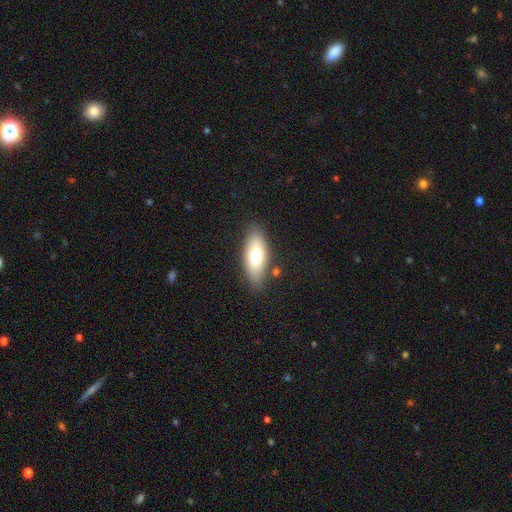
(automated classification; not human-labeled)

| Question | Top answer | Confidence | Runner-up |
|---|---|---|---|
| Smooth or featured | smooth | 69% | featured or disk (24%) |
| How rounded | in between | 77% | cigar-shaped (20%) |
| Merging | none | 81% | minor disturbance (12%) |